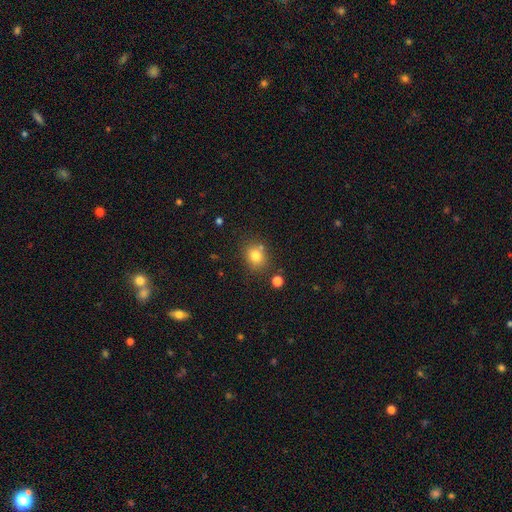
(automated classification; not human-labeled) smooth 79%, star or artifact 12%, featured or disk 9%. Down the decision tree: how rounded — round (63%); merging — none (74%).